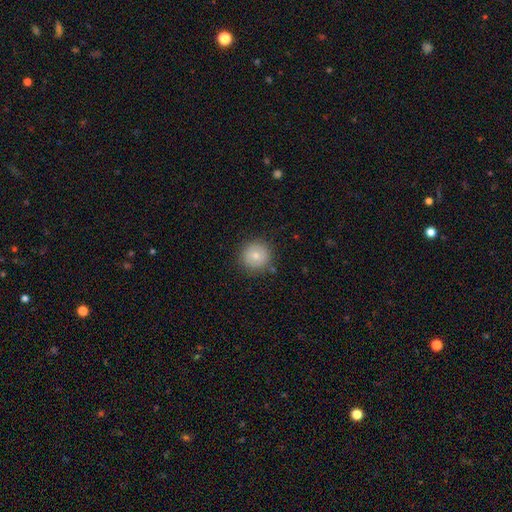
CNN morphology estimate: A smooth galaxy with no disk features (76%) that is round (95%).

Vote fractions:
- Smooth or featured? smooth: 76% / featured or disk: 14% / star or artifact: 9%
- How rounded? round: 95% / in between: 4% / cigar-shaped: 1%
- Merging? none: 87% / minor disturbance: 9% / major disturbance: 3% / merger: 2%